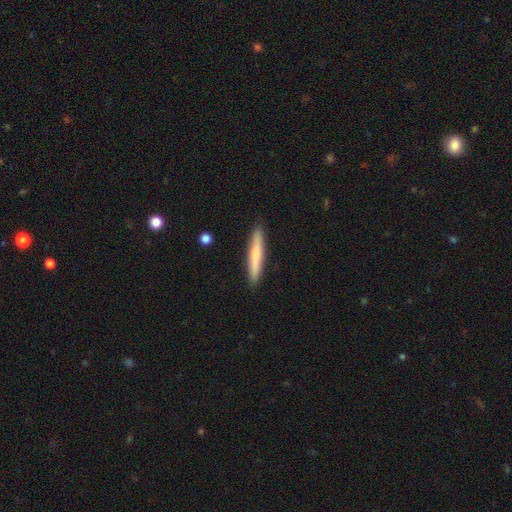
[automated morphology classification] Overall: smooth (72%). How rounded: cigar-shaped (94%). Merging: none (91%).